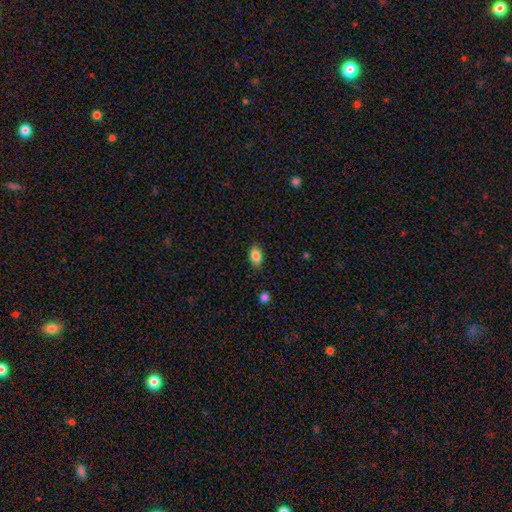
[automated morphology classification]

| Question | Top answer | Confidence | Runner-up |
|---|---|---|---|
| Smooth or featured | smooth | 83% | featured or disk (9%) |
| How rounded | in between | 85% | round (12%) |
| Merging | none | 82% | minor disturbance (14%) |